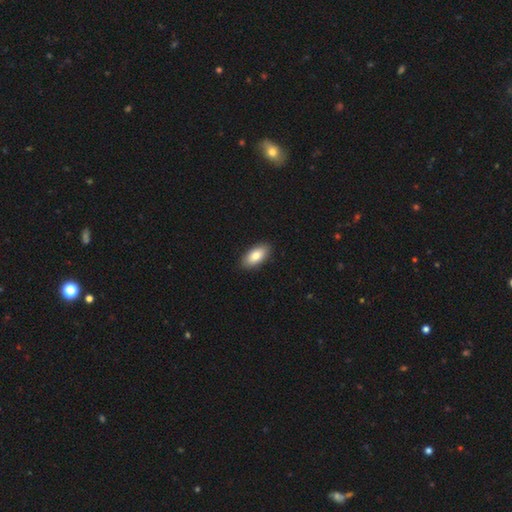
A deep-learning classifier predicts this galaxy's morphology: smooth 82%, featured or disk 12%, star or artifact 6%. Down the decision tree: how rounded — in between (92%); merging — none (91%).